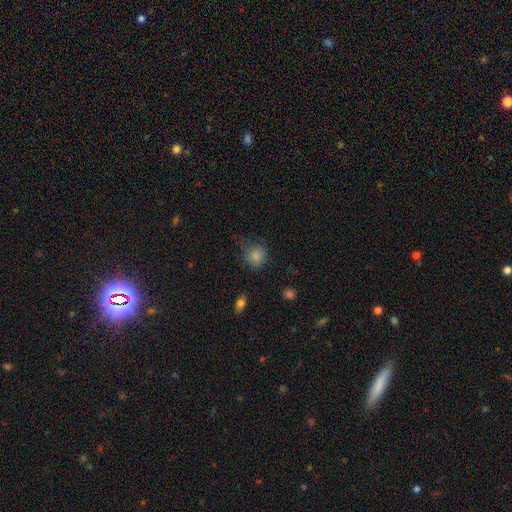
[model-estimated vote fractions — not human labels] A smooth galaxy with no disk features (84%) that is round (85%).

Vote fractions:
- Smooth or featured? smooth: 84% / star or artifact: 11% / featured or disk: 6%
- How rounded? round: 85% / in between: 14% / cigar-shaped: 1%
- Merging? none: 71% / minor disturbance: 22% / major disturbance: 6% / merger: 2%